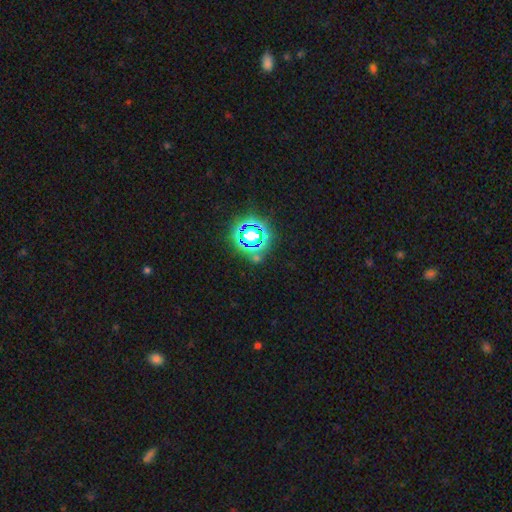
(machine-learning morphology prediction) Smooth or featured? Predicted: star or artifact (p=0.69).